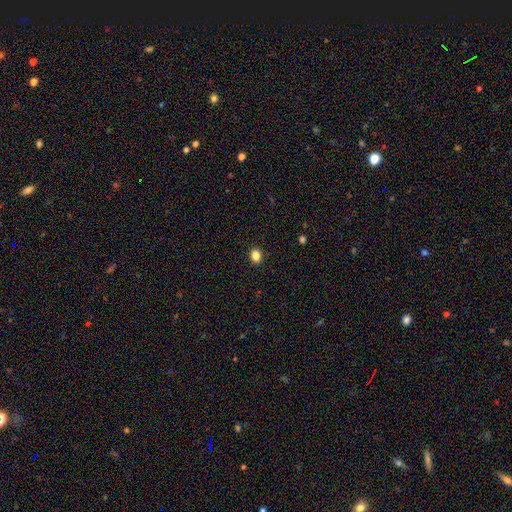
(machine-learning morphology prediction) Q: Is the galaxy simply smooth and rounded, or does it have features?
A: smooth — 85%.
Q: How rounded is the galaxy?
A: round — 65%.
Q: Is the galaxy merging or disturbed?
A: none — 91%.